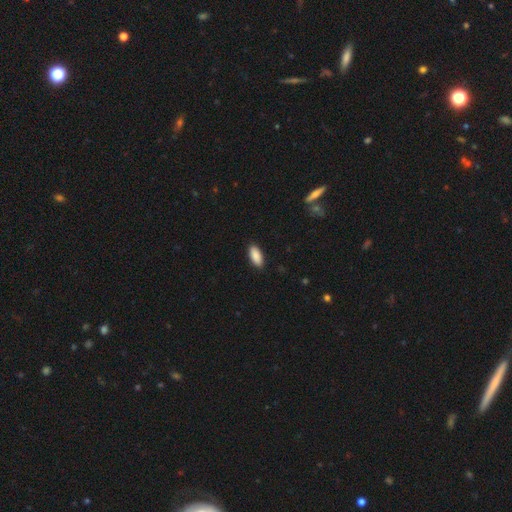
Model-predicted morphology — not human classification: smooth_or_featured: smooth (p=0.90) [alt: star or artifact p=0.06]
how_rounded: in between (p=0.87) [alt: cigar-shaped p=0.11]
merging: none (p=0.89) [alt: minor disturbance p=0.09]